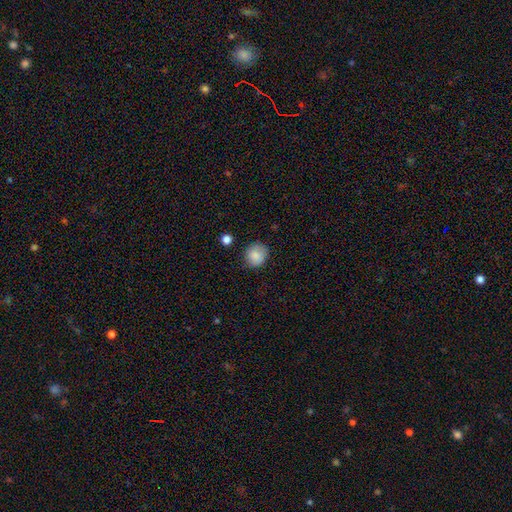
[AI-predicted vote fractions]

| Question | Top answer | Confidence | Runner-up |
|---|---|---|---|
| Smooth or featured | smooth | 85% | star or artifact (8%) |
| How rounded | round | 83% | in between (16%) |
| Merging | none | 79% | minor disturbance (15%) |